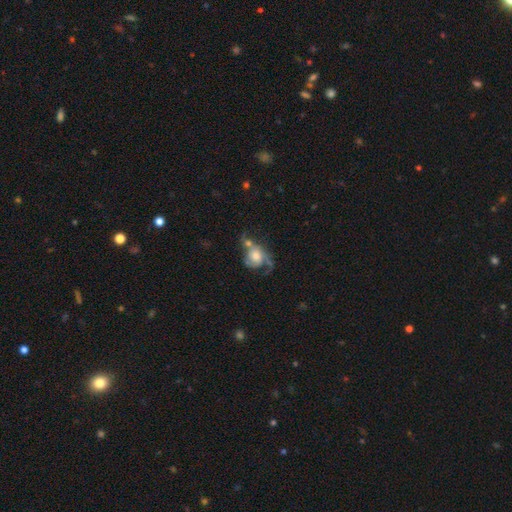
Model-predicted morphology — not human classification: Overall: featured or disk (62%; smooth 30%). Edge-on disk: no (97%). Bar: no (76%). Spiral arms: yes (83%). Spiral arm count: 1 (42%; 2 40%). Spiral winding: loose (46%; medium 36%). Bulge size: moderate (45%; large 28%). Merging: major disturbance (31%; none 28%).